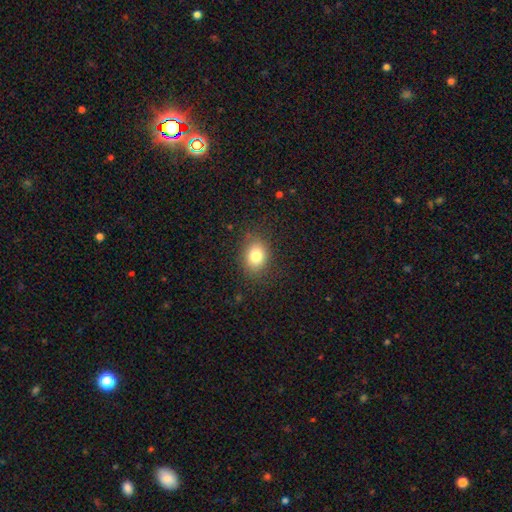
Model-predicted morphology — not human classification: smooth-or-featured: smooth: 81% | star or artifact: 10% | featured or disk: 9%
  how-rounded: in between: 56% | round: 43% | cigar-shaped: 1%
  merging: none: 82% | minor disturbance: 13% | major disturbance: 4% | merger: 1%